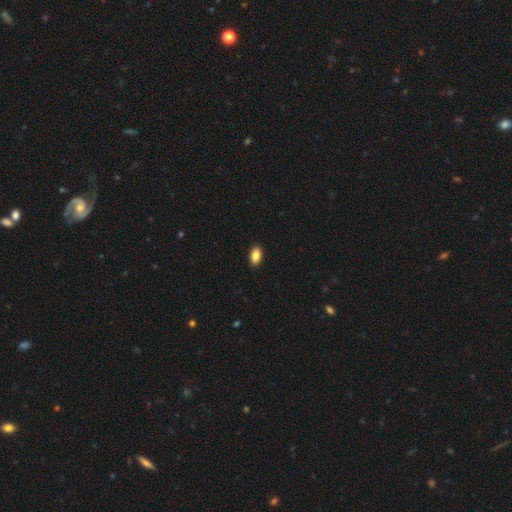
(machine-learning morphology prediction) The model was most divided on "smooth or featured": smooth: 86%, star or artifact: 8%, featured or disk: 6%. More confident: how rounded — in between (91%); merging — none (91%).